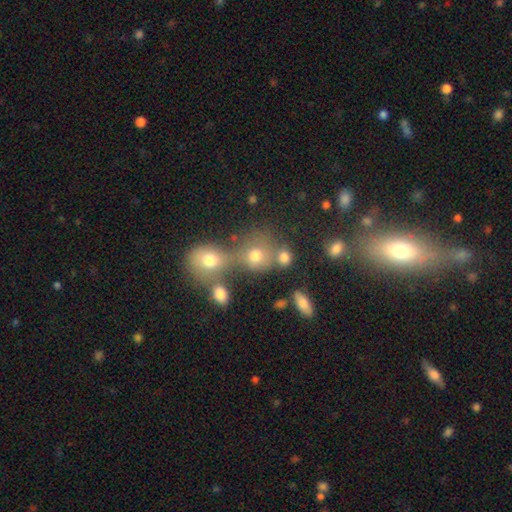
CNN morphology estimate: type=smooth (68%); roundness=round (77%); merging=merger (44%).